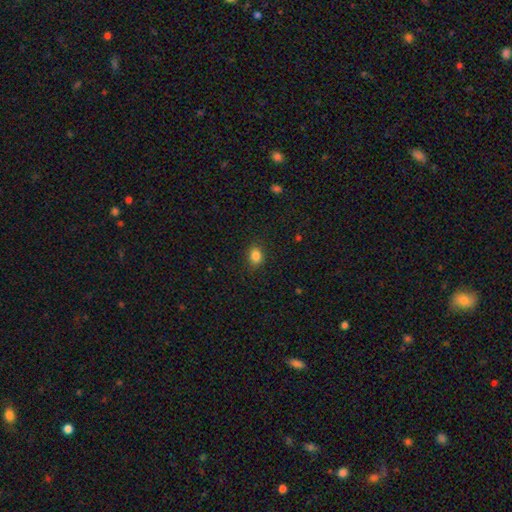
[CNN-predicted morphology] Smooth or featured? Predicted: smooth (p=0.85). How rounded? Predicted: in between (p=0.55). Merging? Predicted: none (p=0.88).